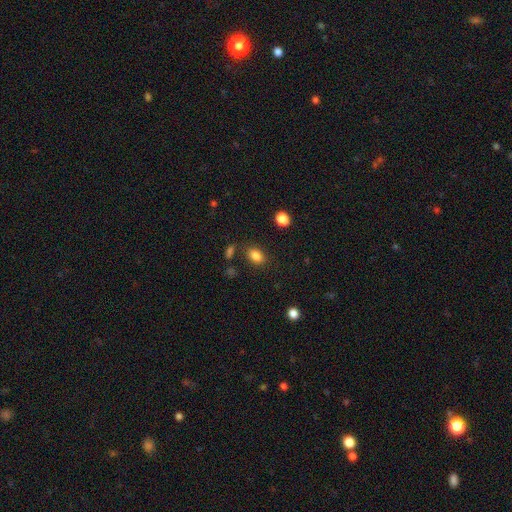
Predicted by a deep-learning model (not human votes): smooth-or-featured: smooth: 84% | star or artifact: 10% | featured or disk: 6%
  how-rounded: in between: 78% | round: 21% | cigar-shaped: 1%
  merging: none: 79% | minor disturbance: 12% | merger: 5% | major disturbance: 4%